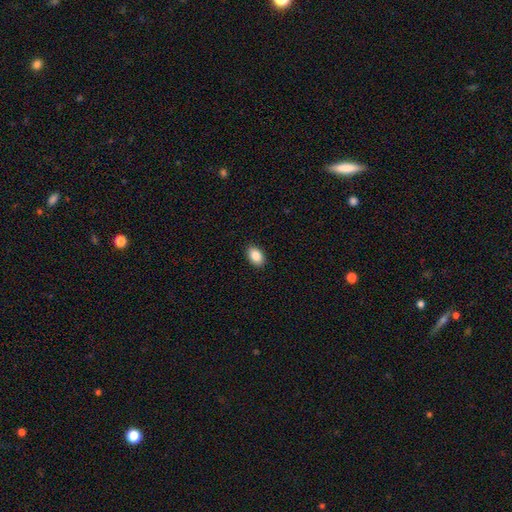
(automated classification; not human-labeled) Smooth or featured? smooth (87%)
How rounded? in between (88%)
Merging? none (90%)